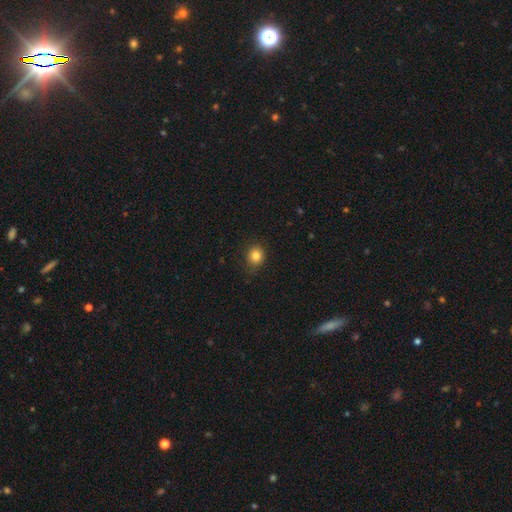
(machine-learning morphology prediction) This is clearly a smooth galaxy (84%). How rounded: likely round (78%). Merging: clearly none (84%).